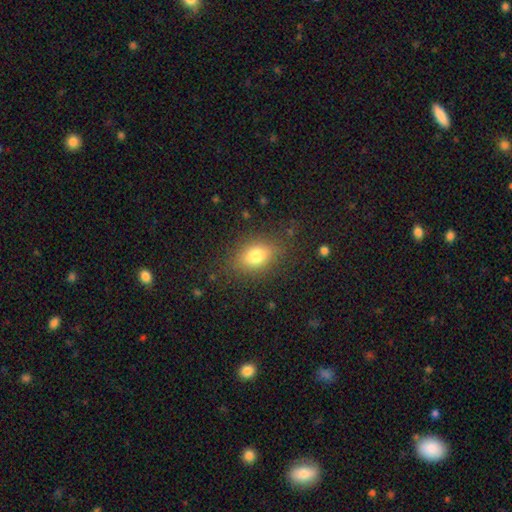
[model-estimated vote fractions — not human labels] Q: Smooth or featured?
A: smooth (78%); runner-up: featured or disk (11%)
Q: How rounded?
A: in between (78%); runner-up: round (19%)
Q: Merging?
A: none (81%); runner-up: minor disturbance (13%)